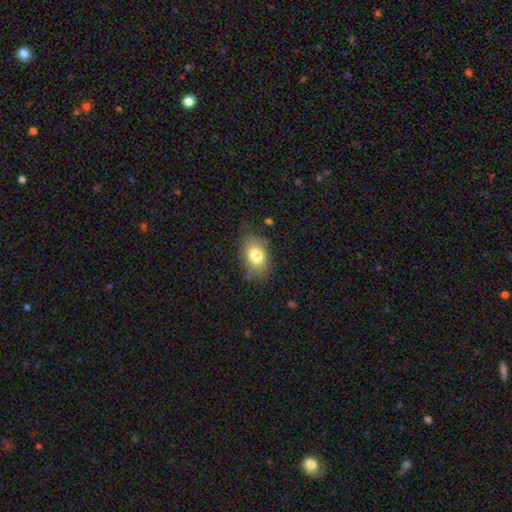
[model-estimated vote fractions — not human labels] Q: Smooth or featured?
A: smooth (77%); runner-up: featured or disk (13%)
Q: How rounded?
A: in between (81%); runner-up: round (18%)
Q: Merging?
A: none (73%); runner-up: minor disturbance (19%)